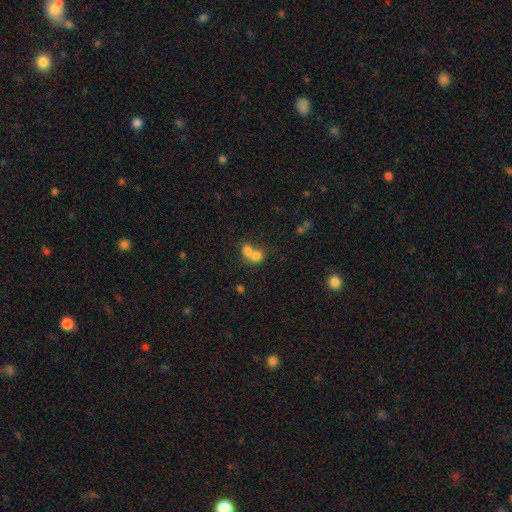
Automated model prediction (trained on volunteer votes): This appears to be a smooth galaxy with no disk features (72%) that is round (64%). Merging: merger (71%).